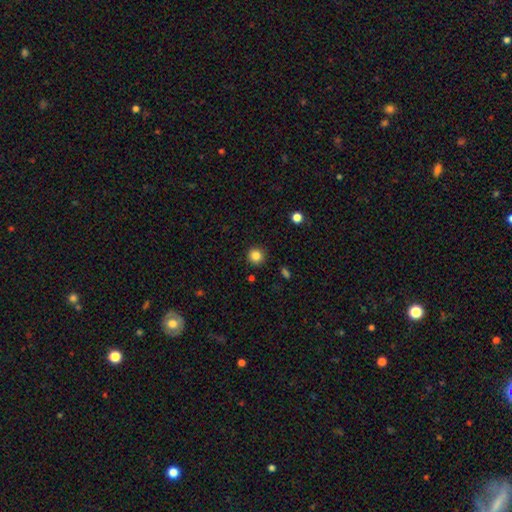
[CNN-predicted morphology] A smooth galaxy with no disk features (84%) that is round (94%). Merging: none (91%).